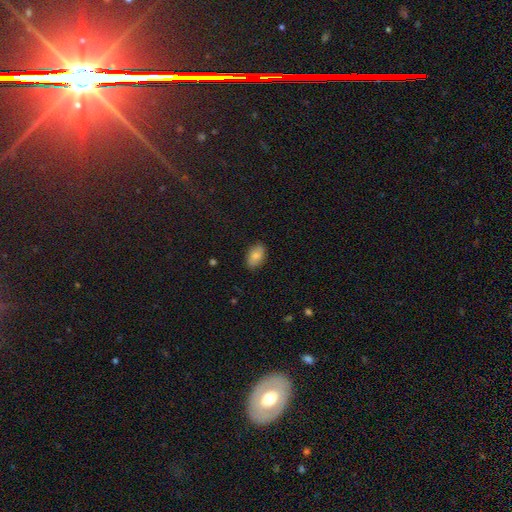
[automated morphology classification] smooth 82%, featured or disk 11%, star or artifact 7%. Down the decision tree: how rounded — in between (92%); merging — none (86%).